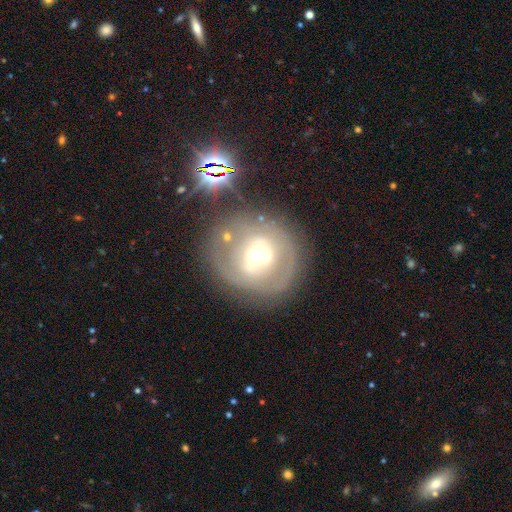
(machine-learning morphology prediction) Smooth or featured: featured or disk — 57% (smooth — 30%)
Edge-on disk: no — 95% (yes — 5%)
Bar: no — 68% (weak — 21%)
Spiral arms: no — 74% (yes — 26%)
Bulge size: moderate — 49% (small — 40%)
Merging: none — 54% (merger — 24%)